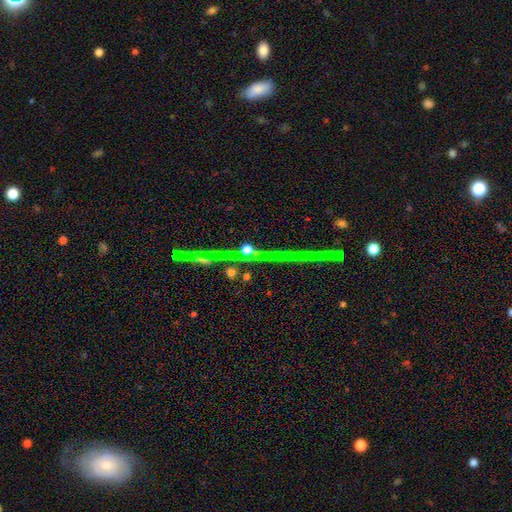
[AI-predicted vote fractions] Smooth or featured: star or artifact — 59% (featured or disk — 28%)